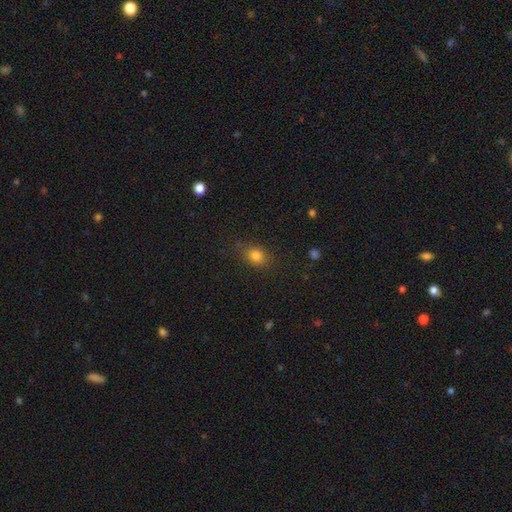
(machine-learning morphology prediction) smooth 81%, star or artifact 13%, featured or disk 7%. Down the decision tree: how rounded — in between (49%, tied with round); merging — none (80%).